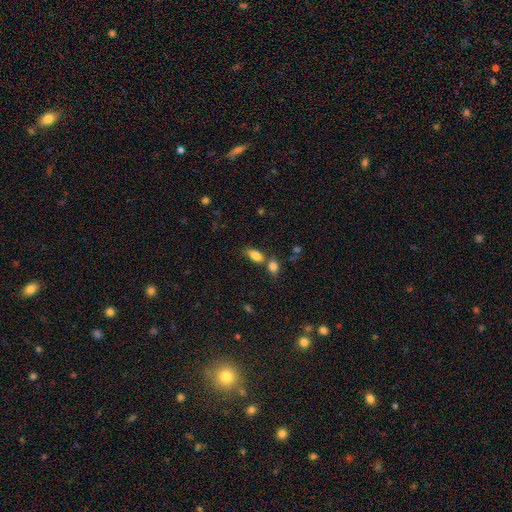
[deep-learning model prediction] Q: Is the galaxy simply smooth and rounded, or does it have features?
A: smooth — 84%.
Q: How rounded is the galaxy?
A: in between — 88%.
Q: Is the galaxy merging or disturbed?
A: none — 48%.